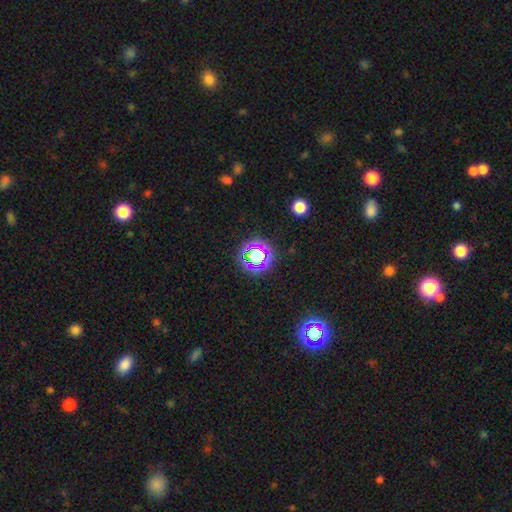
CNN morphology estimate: type=star or artifact (57%).